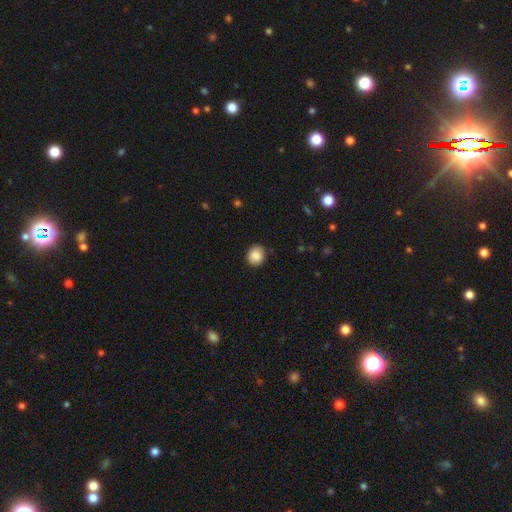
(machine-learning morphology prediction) This is clearly a smooth galaxy (87%). How rounded: likely round (78%). Merging: clearly none (84%).